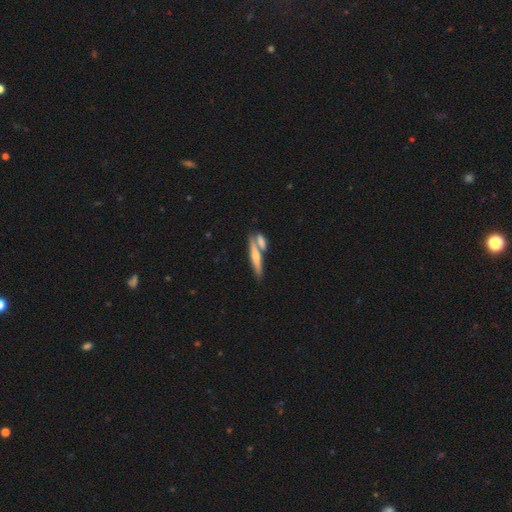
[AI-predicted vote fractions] featured or disk 51%, smooth 42%, star or artifact 8%. Down the decision tree: edge-on disk — yes (90%); merging — none (54%).